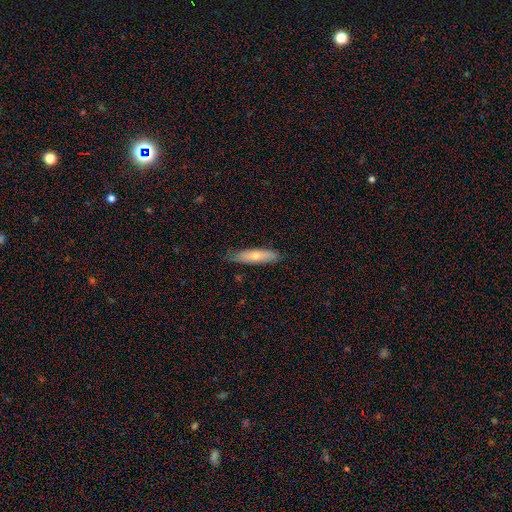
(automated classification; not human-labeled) A smooth galaxy with no disk features (59%) that is cigar-shaped (73%). Merging: none (82%).